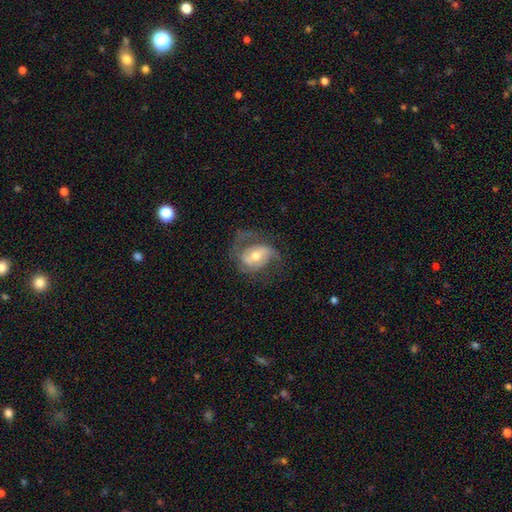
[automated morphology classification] smooth_or_featured: featured or disk (p=0.79) [alt: smooth p=0.15]
disk_edge_on: no (p=0.97) [alt: yes p=0.03]
bar: weak (p=0.42) [alt: no p=0.34]
has_spiral_arms: yes (p=0.91) [alt: no p=0.09]
spiral_winding: medium (p=0.48) [alt: loose p=0.31]
spiral_arm_count: 2 (p=0.74) [alt: can't tell p=0.09]
bulge_size: moderate (p=0.64) [alt: small p=0.28]
merging: none (p=0.59) [alt: major disturbance p=0.21]